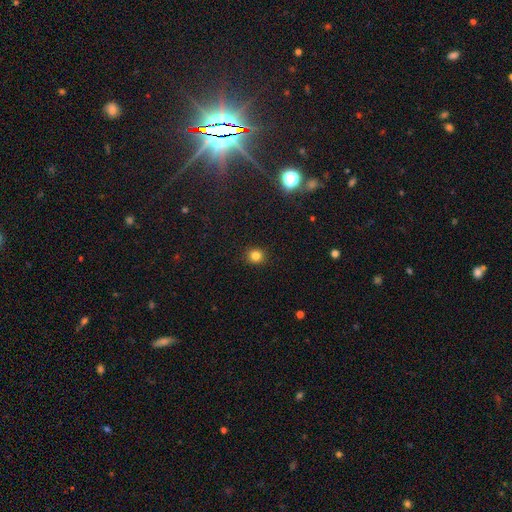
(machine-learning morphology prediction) A smooth galaxy with no disk features (82%) that is round (88%). Merging: none (91%).